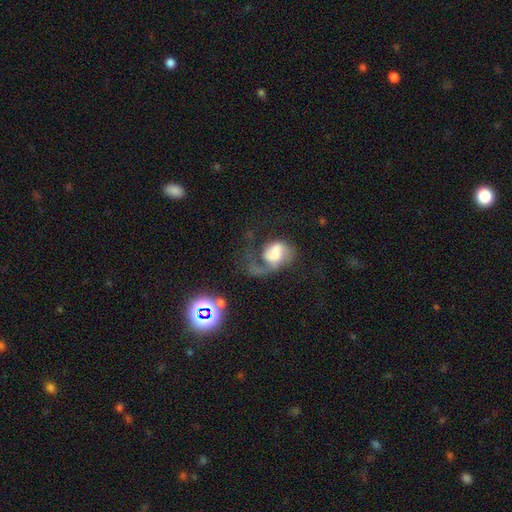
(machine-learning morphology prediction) The model was most divided on "bulge size": large: 32%, moderate: 31%, small: 14%, dominant: 12%, none: 10%. Remaining: edge-on disk — no (97%); spiral arms — yes (82%); bar — no (66%); smooth or featured — featured or disk (57%); merging — none (40%).